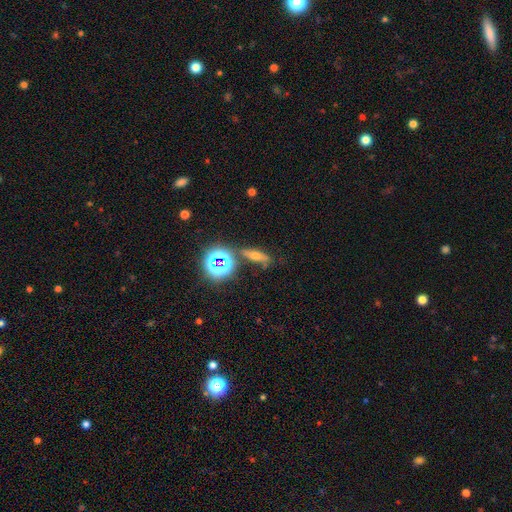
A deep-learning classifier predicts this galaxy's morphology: A smooth galaxy with no disk features (43%). Merging: none (70%).